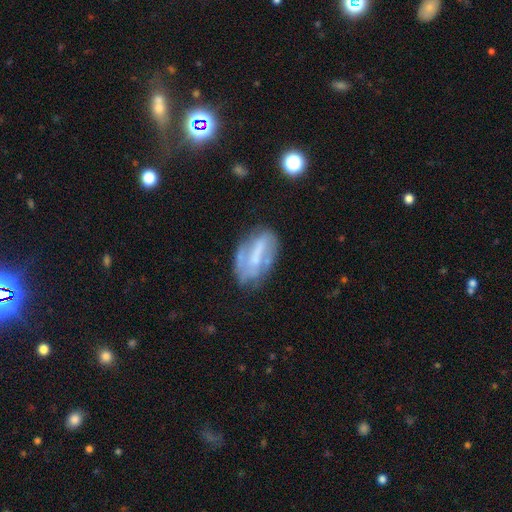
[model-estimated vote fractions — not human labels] This is possibly a featured or disk galaxy (59%). It is clearly not viewed edge-on (92%). Bar: marginally weak (34%). Spiral arm pattern: possibly no (56%). Central bulge: marginally none (41%). Merging: possibly none (53%).